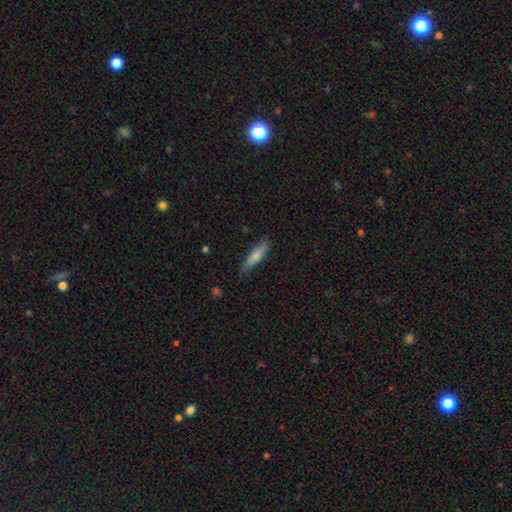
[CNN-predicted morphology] Overall: smooth (71%). How rounded: cigar-shaped (76%). Merging: none (78%).